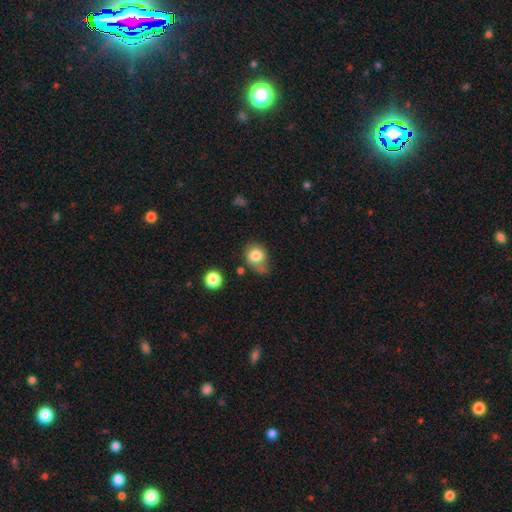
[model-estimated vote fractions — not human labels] Q: Smooth or featured?
A: smooth (80%); runner-up: star or artifact (10%)
Q: How rounded?
A: round (64%); runner-up: in between (35%)
Q: Merging?
A: none (44%); runner-up: minor disturbance (33%)